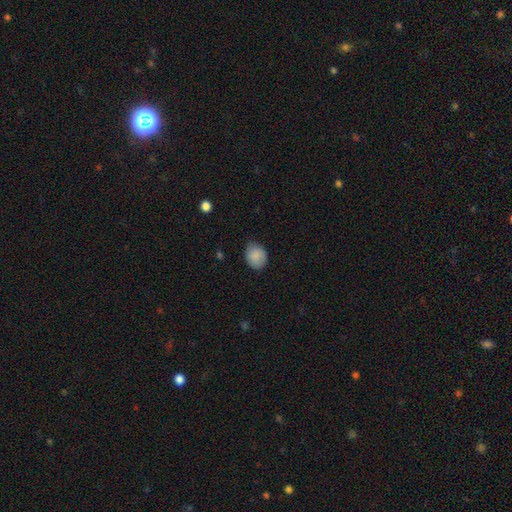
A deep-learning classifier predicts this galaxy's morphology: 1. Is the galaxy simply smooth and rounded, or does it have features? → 86% smooth, 7% star or artifact, 7% featured or disk.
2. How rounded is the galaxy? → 55% in between, 44% round, 1% cigar-shaped.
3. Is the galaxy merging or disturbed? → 74% none, 22% minor disturbance, 4% major disturbance, 1% merger.